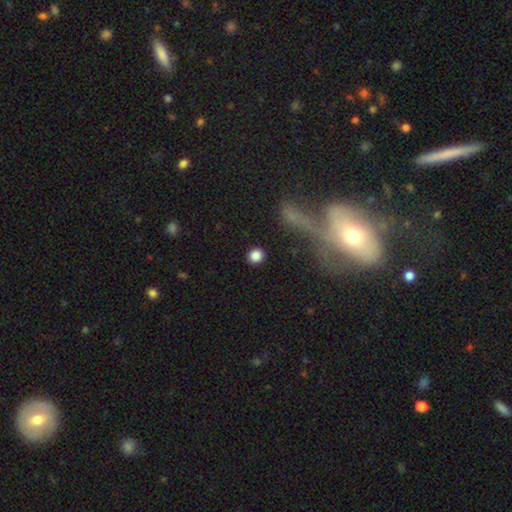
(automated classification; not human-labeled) Morphology: type=smooth (85%); roundness=round (90%); merging=none (90%).